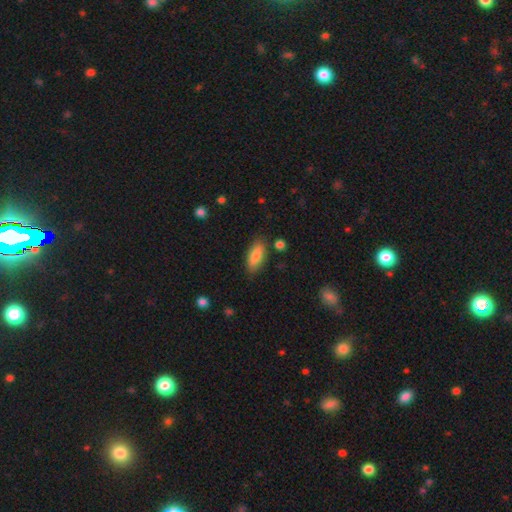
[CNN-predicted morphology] Q: Smooth or featured?
A: smooth (83%); runner-up: featured or disk (10%)
Q: How rounded?
A: in between (79%); runner-up: cigar-shaped (19%)
Q: Merging?
A: none (82%); runner-up: minor disturbance (13%)